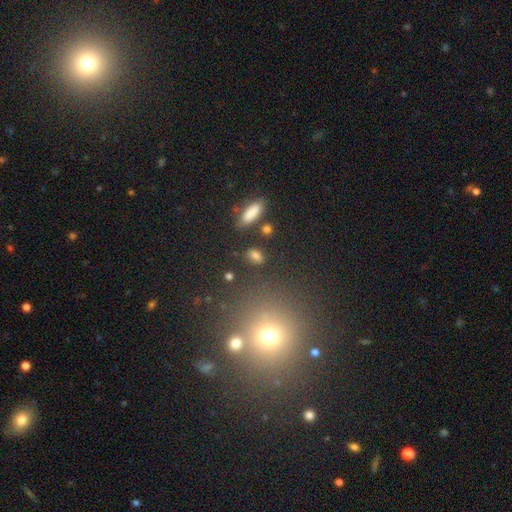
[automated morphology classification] Smooth or featured? Predicted: smooth (p=0.77). How rounded? Predicted: in between (p=0.77). Merging? Predicted: none (p=0.75).